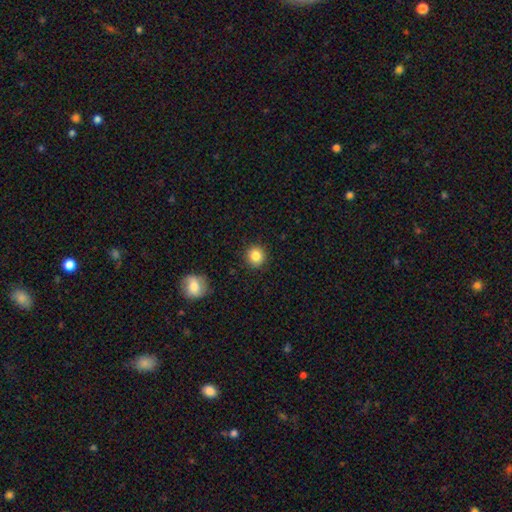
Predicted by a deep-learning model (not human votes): Overall: smooth (85%). How rounded: round (92%). Merging: none (91%).